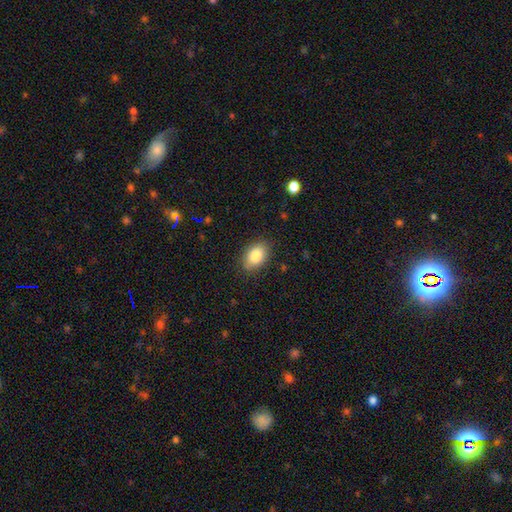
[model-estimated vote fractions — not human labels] This appears to be a smooth galaxy with no disk features (85%) that is in between round and cigar-shaped (88%). Merging: none (85%).